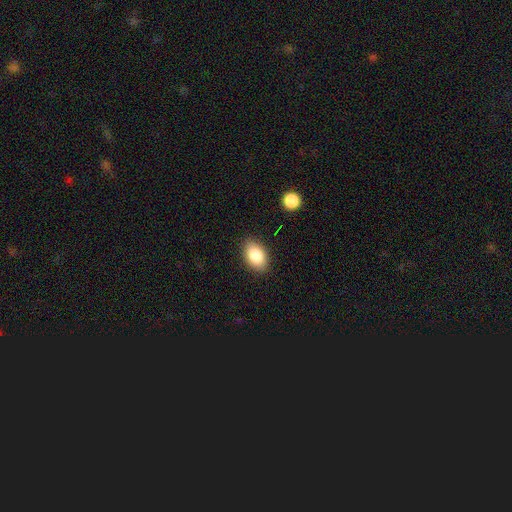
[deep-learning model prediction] smooth-or-featured: smooth: 86% | star or artifact: 7% | featured or disk: 7%
  how-rounded: in between: 89% | round: 10% | cigar-shaped: 1%
  merging: none: 87% | minor disturbance: 10% | major disturbance: 2% | merger: 1%